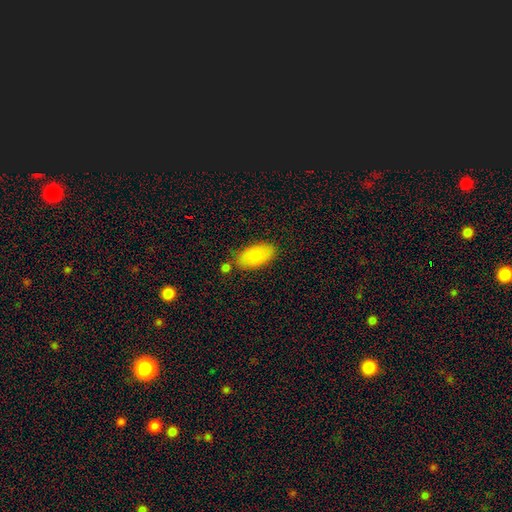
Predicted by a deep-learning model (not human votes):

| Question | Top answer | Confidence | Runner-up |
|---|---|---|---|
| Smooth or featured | smooth | 79% | featured or disk (14%) |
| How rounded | in between | 94% | round (4%) |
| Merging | none | 75% | minor disturbance (15%) |